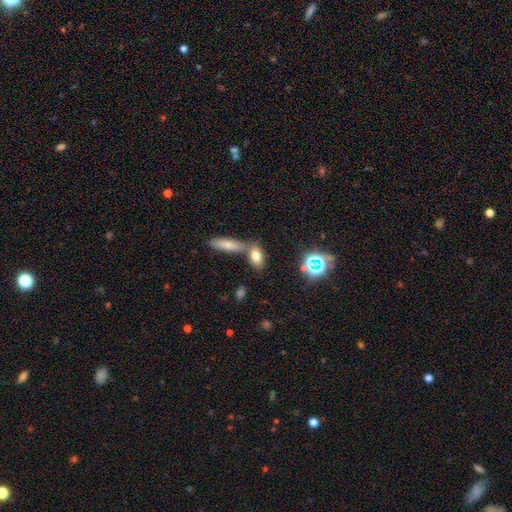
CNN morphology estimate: A smooth galaxy with no disk features (74%) that is in between round and cigar-shaped (80%). Merging: none (54%).